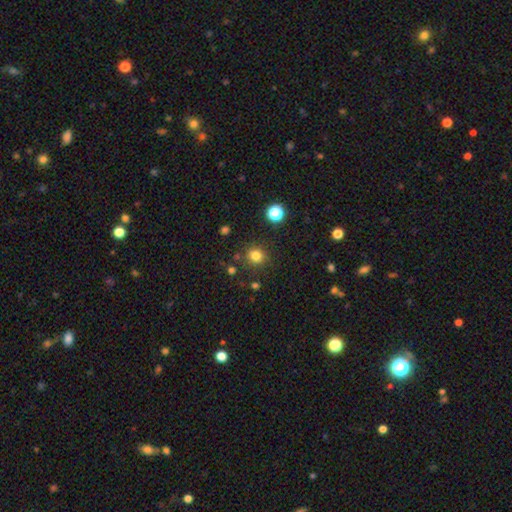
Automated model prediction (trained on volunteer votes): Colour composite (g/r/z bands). It shows a smooth galaxy with no disk features (80%) that is round (84%). Merging: none (83%).